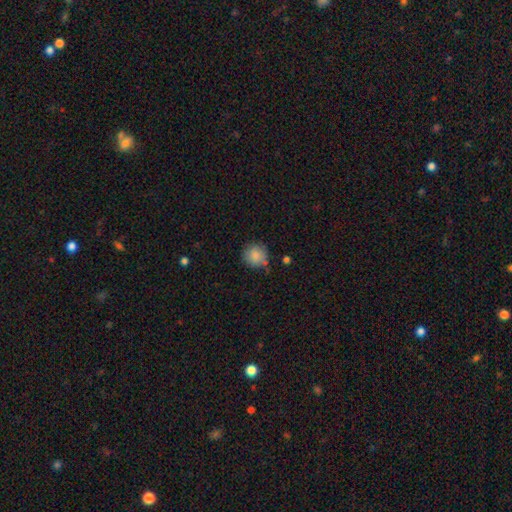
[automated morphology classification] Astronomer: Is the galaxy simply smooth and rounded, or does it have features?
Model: smooth — 87%.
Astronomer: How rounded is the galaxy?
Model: round — 92%.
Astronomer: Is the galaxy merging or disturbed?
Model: none — 80%.